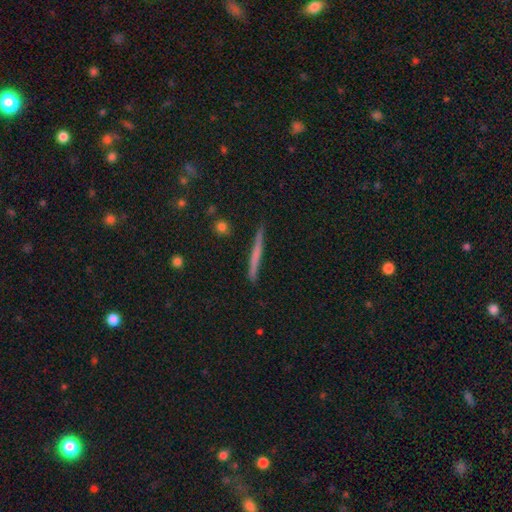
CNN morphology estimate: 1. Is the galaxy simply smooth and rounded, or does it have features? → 50% smooth, 42% featured or disk, 8% star or artifact.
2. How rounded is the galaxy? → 96% cigar-shaped, 2% in between, 2% round.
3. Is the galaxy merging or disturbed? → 90% none, 7% minor disturbance, 1% major disturbance, 1% merger.